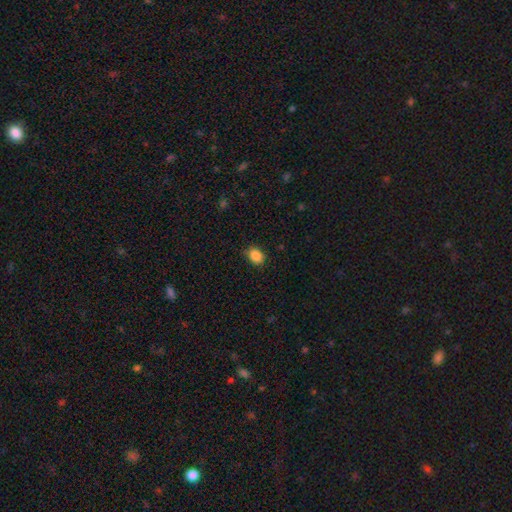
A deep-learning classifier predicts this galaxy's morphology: A smooth galaxy with no disk features (87%) that is in between round and cigar-shaped (66%).

Vote fractions:
- Smooth or featured? smooth: 87% / star or artifact: 9% / featured or disk: 4%
- How rounded? in between: 66% / round: 33% / cigar-shaped: 1%
- Merging? none: 83% / minor disturbance: 13% / major disturbance: 3% / merger: 1%